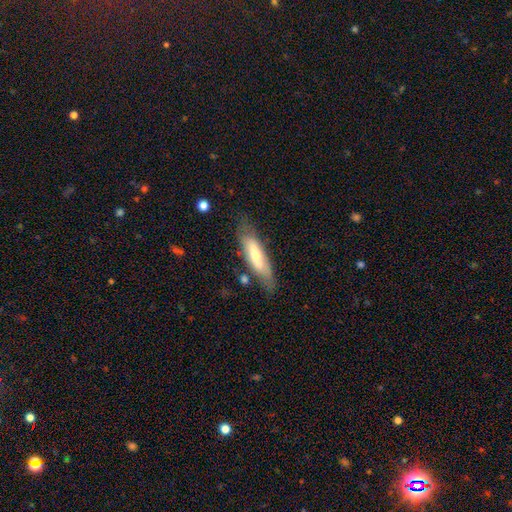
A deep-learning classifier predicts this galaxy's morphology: smooth-or-featured: smooth: 50% | featured or disk: 44% | star or artifact: 6%
  merging: none: 67% | minor disturbance: 21% | major disturbance: 8% | merger: 4%